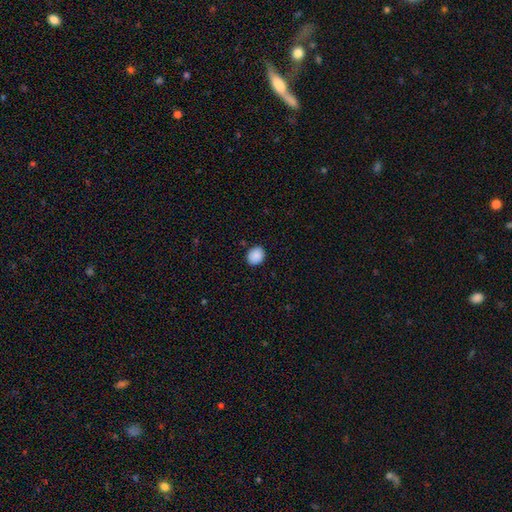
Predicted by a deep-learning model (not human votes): Smooth or featured?
  - smooth: 89% *
  - star or artifact: 8%
  - featured or disk: 3%
How rounded?
  - round: 53% *
  - in between: 47%
  - cigar-shaped: 1%
Merging?
  - none: 88% *
  - minor disturbance: 9%
  - major disturbance: 2%
  - merger: 1%